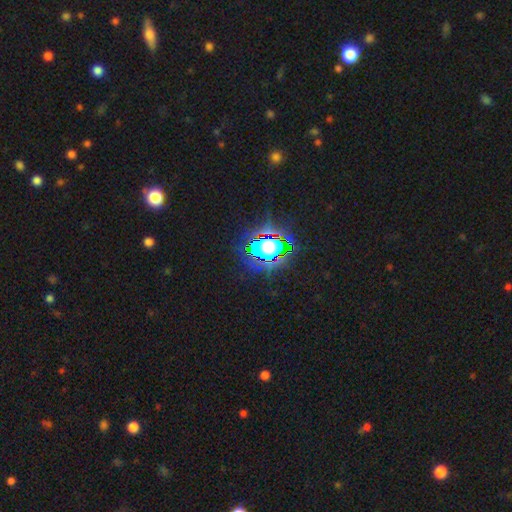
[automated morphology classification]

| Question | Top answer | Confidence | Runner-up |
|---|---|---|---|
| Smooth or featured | star or artifact | 84% | smooth (9%) |